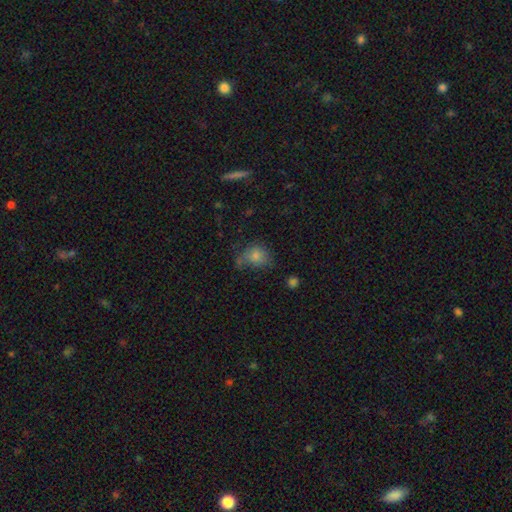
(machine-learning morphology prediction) Smooth or featured? Predicted: smooth (p=0.74). How rounded? Predicted: round (p=0.62). Merging? Predicted: none (p=0.54).